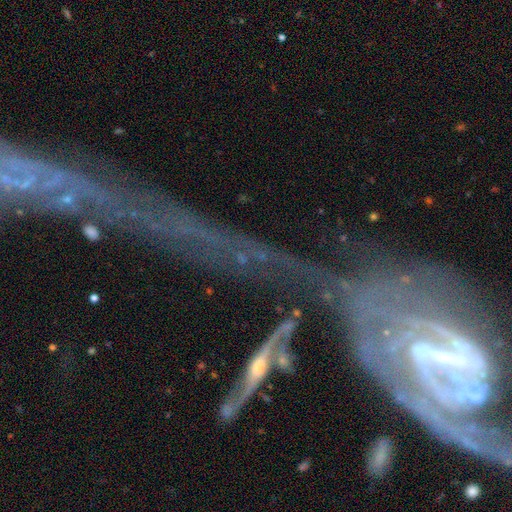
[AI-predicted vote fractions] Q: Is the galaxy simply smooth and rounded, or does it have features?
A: featured or disk — 60%.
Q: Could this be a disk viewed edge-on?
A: no — 52%.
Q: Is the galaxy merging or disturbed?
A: none — 38%.